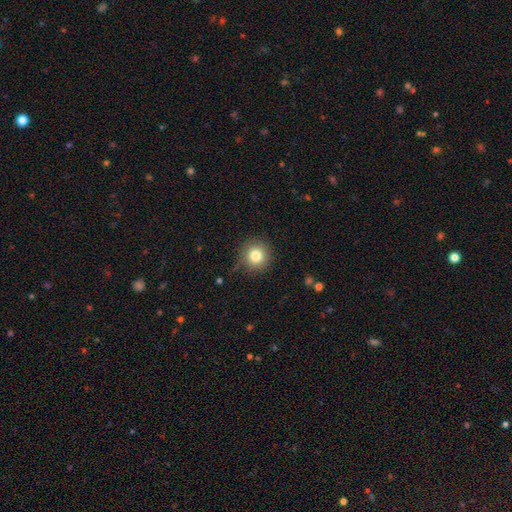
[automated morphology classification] The model was most divided on "smooth or featured": smooth: 81%, star or artifact: 11%, featured or disk: 8%. More confident: how rounded — round (94%); merging — none (87%).